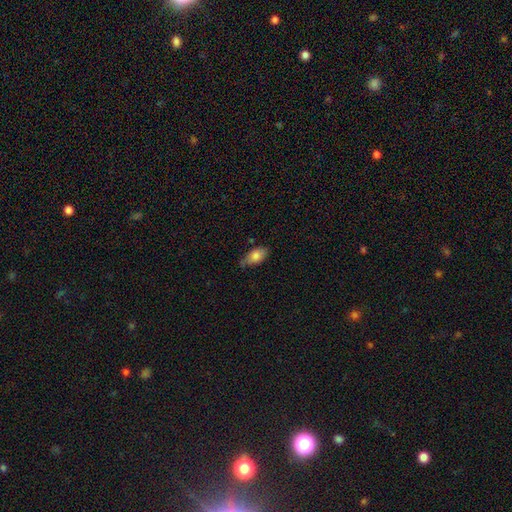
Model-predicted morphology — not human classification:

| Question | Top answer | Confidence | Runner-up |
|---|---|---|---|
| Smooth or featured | smooth | 80% | featured or disk (13%) |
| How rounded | in between | 90% | round (5%) |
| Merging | none | 63% | minor disturbance (29%) |